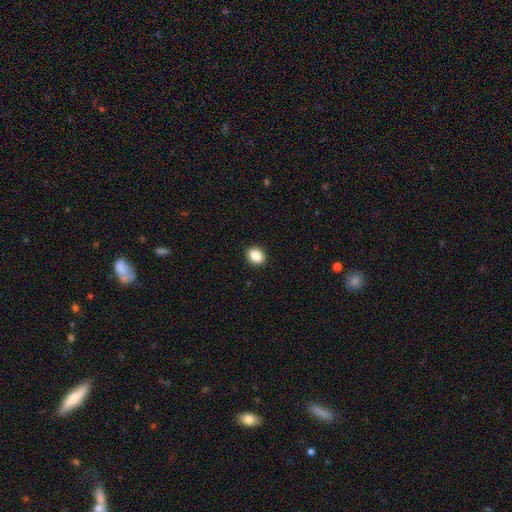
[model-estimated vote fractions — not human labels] A smooth galaxy with no disk features (88%) that is in between round and cigar-shaped (59%). Merging: none (91%).